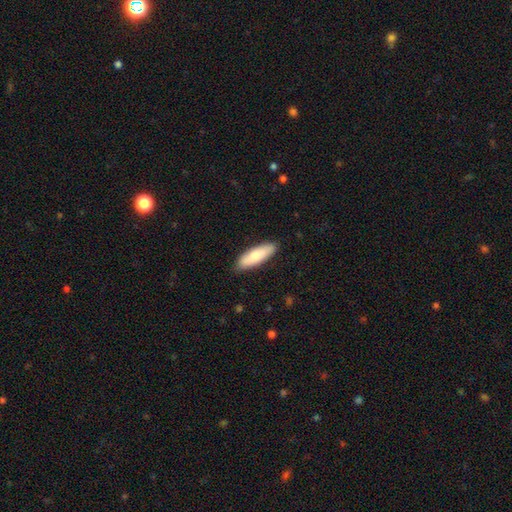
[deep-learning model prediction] smooth-or-featured: smooth: 80% | featured or disk: 15% | star or artifact: 5%
  how-rounded: in between: 49% (tied) | cigar-shaped: 49% (tied) | round: 2%
  merging: none: 88% | minor disturbance: 10% | major disturbance: 2% | merger: 1%